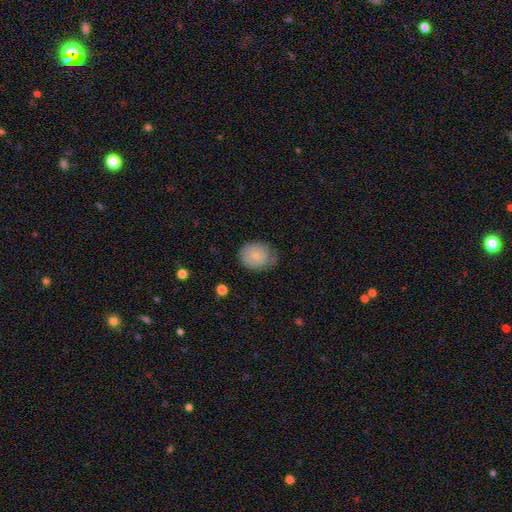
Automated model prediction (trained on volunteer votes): A smooth galaxy with no disk features (66%) that is round (54%).

Vote fractions:
- Smooth or featured? smooth: 66% / featured or disk: 27% / star or artifact: 7%
- How rounded? round: 54% / in between: 45% / cigar-shaped: 1%
- Merging? none: 56% / minor disturbance: 32% / major disturbance: 10% / merger: 1%